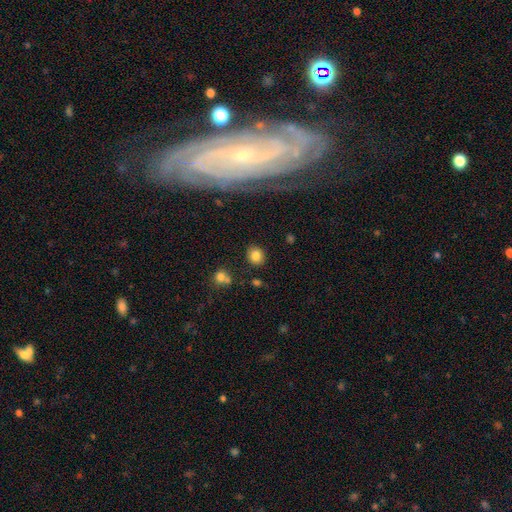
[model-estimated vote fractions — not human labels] Smooth or featured? Predicted: smooth (p=0.83). How rounded? Predicted: round (p=0.74). Merging? Predicted: none (p=0.86).